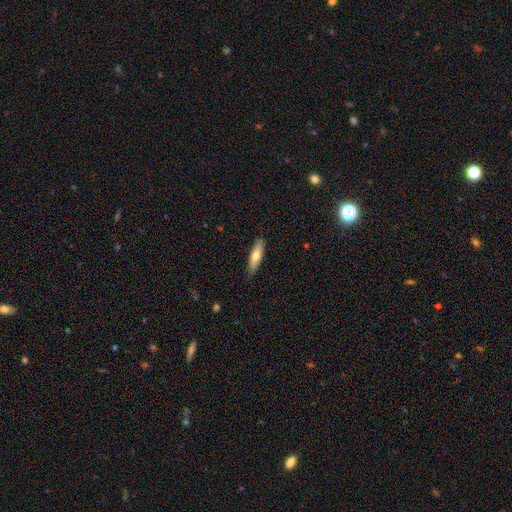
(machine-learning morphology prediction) Overall: smooth (65%; featured or disk 29%). How rounded: cigar-shaped (63%; in between 35%). Merging: none (86%).